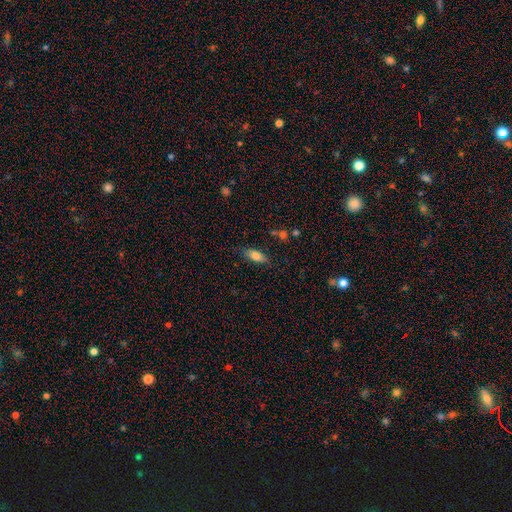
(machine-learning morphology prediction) Overall: smooth (80%). How rounded: in between (82%). Merging: none (76%).